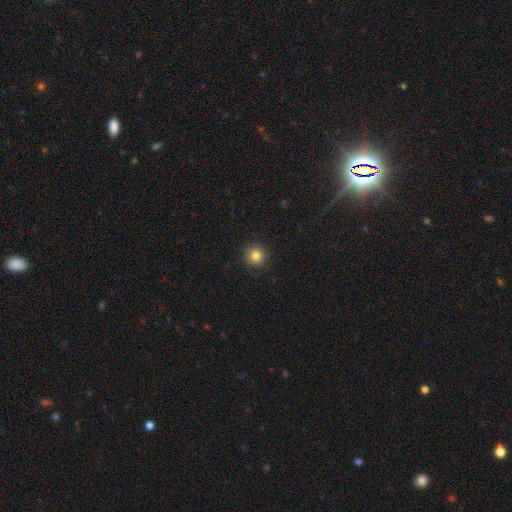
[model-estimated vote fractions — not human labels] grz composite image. It shows a smooth galaxy with no disk features (83%) that is round (95%). Merging: none (92%).